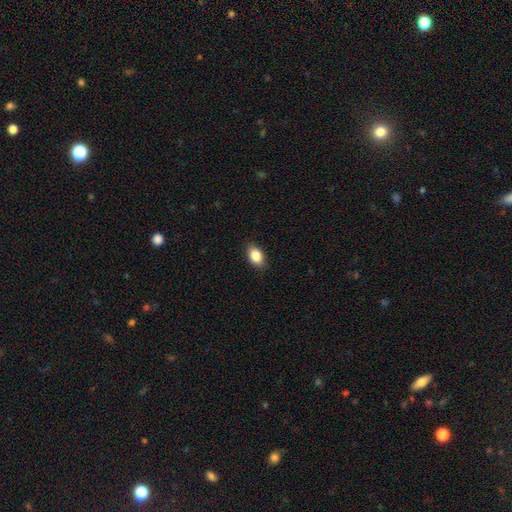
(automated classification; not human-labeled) smooth 86%, star or artifact 8%, featured or disk 6%. Down the decision tree: how rounded — in between (87%); merging — none (87%).